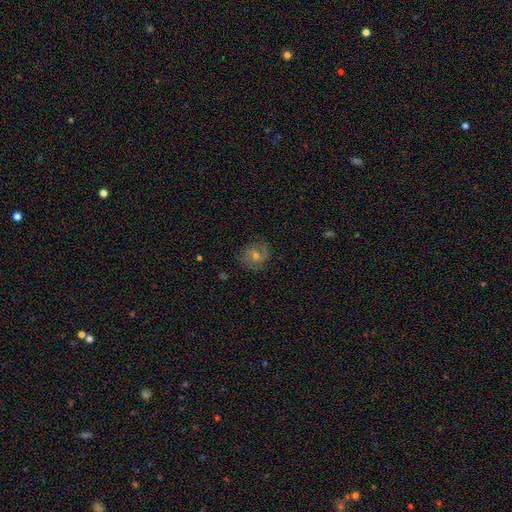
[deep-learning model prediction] Overall: featured or disk (68%). Edge-on disk: no (97%). Bar: no (47%; weak 44%). Spiral arms: yes (91%). Spiral arm count: 2 (68%). Spiral winding: medium (46%; tight 37%). Bulge size: moderate (54%; small 40%). Merging: none (79%).